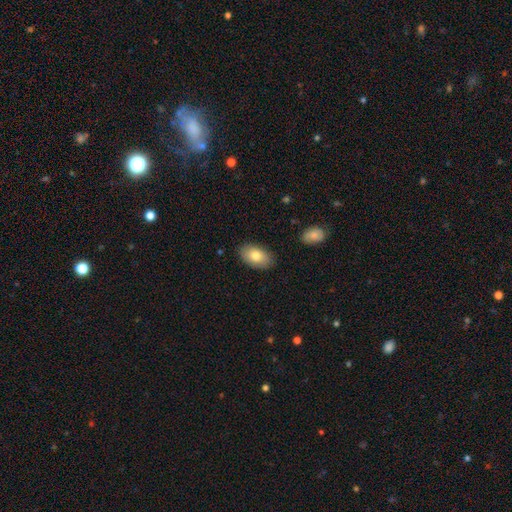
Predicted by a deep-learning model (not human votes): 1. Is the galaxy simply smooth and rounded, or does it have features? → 79% smooth, 15% featured or disk, 7% star or artifact.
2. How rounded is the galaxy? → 93% in between, 6% round, 1% cigar-shaped.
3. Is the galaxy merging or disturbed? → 85% none, 11% minor disturbance, 2% major disturbance, 1% merger.